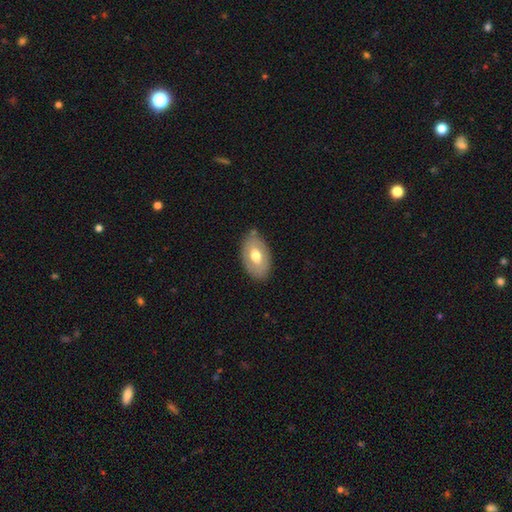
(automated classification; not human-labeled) smooth-or-featured: smooth: 56% | featured or disk: 38% | star or artifact: 6%
  how-rounded: in between: 91% | round: 7% | cigar-shaped: 1%
  merging: none: 78% | minor disturbance: 15% | major disturbance: 4% | merger: 3%